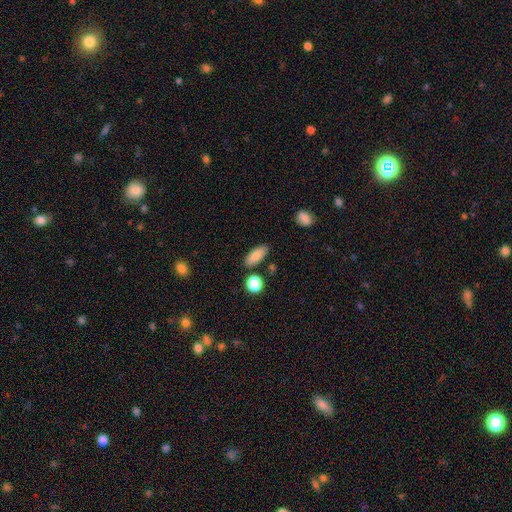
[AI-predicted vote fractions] A smooth galaxy with no disk features (85%) that is in between round and cigar-shaped (80%). Merging: none (83%).